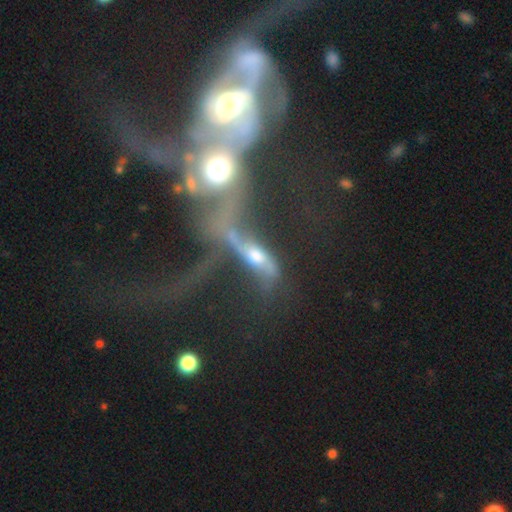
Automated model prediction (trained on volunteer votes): This appears to be a featured or disk galaxy (63%). Merging: merger (73%).